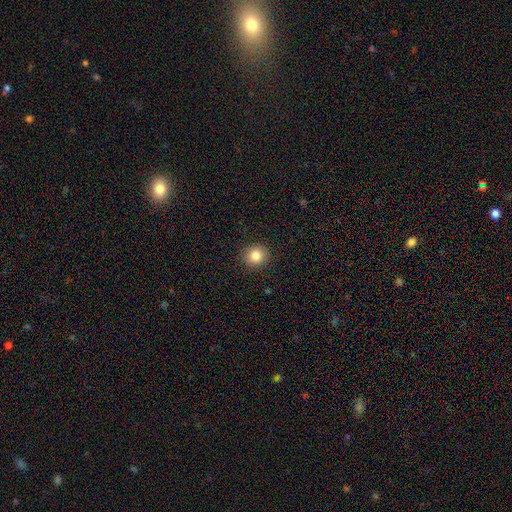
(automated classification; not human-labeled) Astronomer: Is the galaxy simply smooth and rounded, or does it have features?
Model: smooth — 83%.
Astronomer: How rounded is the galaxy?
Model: round — 84%.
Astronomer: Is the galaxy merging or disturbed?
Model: none — 91%.